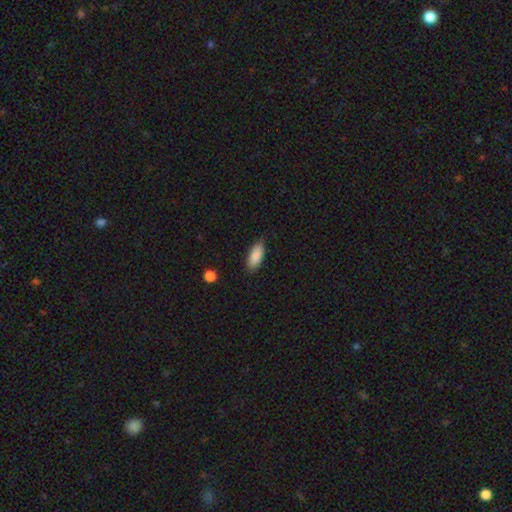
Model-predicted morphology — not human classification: This is clearly a smooth galaxy (87%). How rounded: clearly in between (83%). Merging: clearly none (84%).